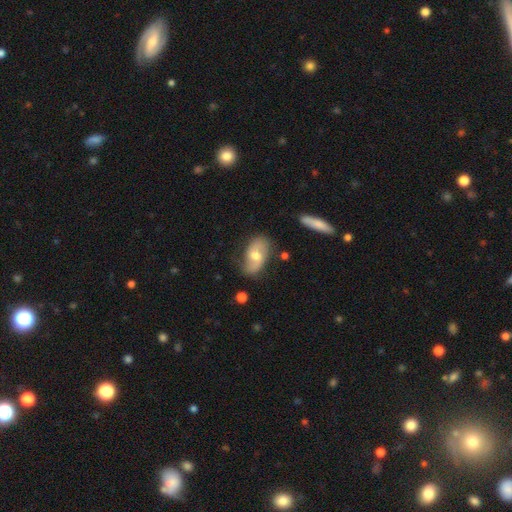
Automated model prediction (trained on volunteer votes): This is possibly a featured or disk galaxy (59%). It is clearly not viewed edge-on (93%). Bar: possibly no (54%). Spiral arm pattern: clearly yes (82%). Central bulge: likely moderate (69%). Merging: likely none (68%).